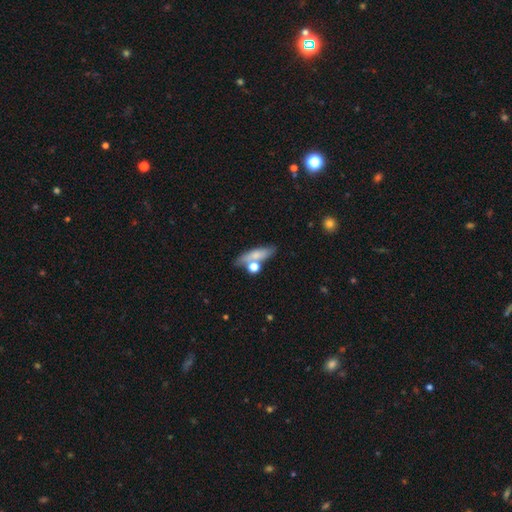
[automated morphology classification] This appears to be a smooth galaxy with no disk features (65%) that is cigar-shaped (47%). Merging: none (59%).